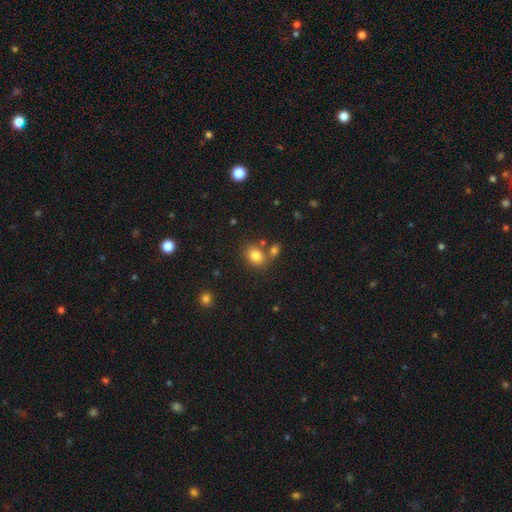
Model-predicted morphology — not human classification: Q: Smooth or featured?
A: smooth (82%); runner-up: star or artifact (11%)
Q: How rounded?
A: in between (54%); runner-up: round (45%)
Q: Merging?
A: none (63%); runner-up: merger (21%)